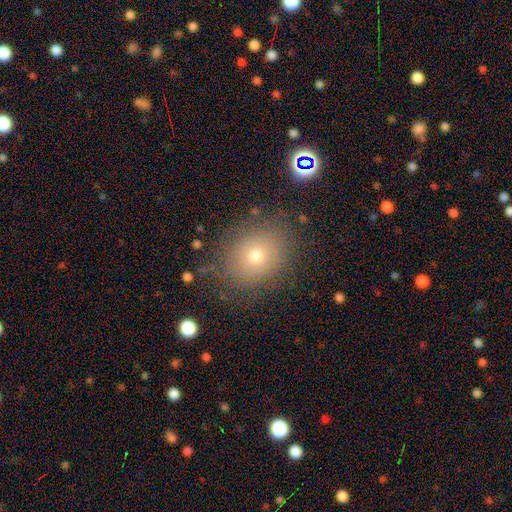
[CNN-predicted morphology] Q: Smooth or featured?
A: smooth (65%); runner-up: star or artifact (18%)
Q: How rounded?
A: round (60%); runner-up: in between (39%)
Q: Merging?
A: none (81%); runner-up: minor disturbance (13%)